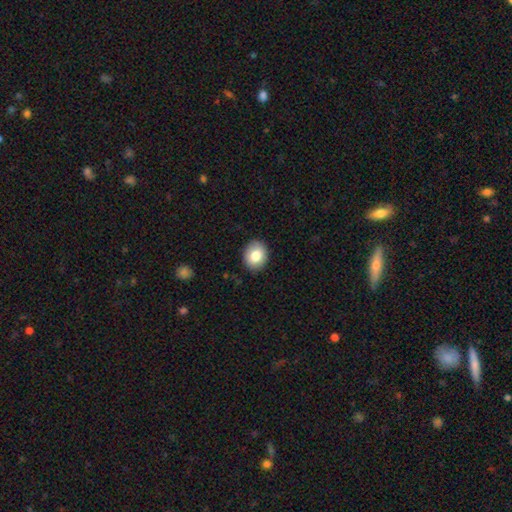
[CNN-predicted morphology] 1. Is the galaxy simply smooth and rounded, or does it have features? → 82% smooth, 10% featured or disk, 8% star or artifact.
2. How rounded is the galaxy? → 52% round, 47% in between, 1% cigar-shaped.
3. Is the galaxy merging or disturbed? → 89% none, 8% minor disturbance, 2% major disturbance, 1% merger.